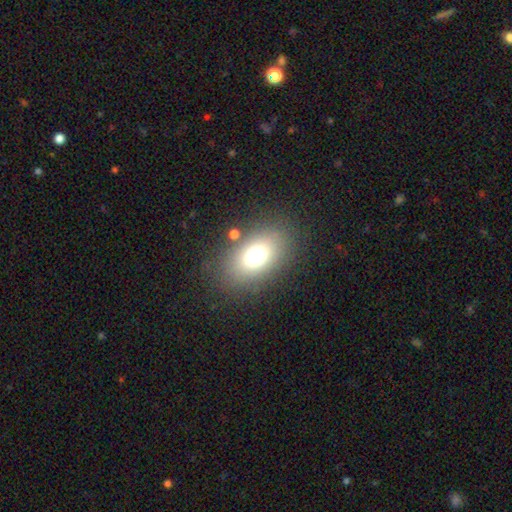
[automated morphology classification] Smooth or featured? Predicted: smooth (p=0.71). How rounded? Predicted: in between (p=0.79). Merging? Predicted: none (p=0.80).